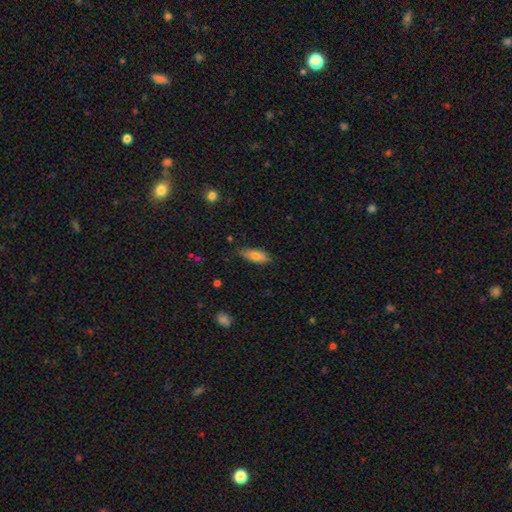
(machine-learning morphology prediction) Overall: smooth (76%). How rounded: in between (65%; cigar-shaped 33%). Merging: none (73%).